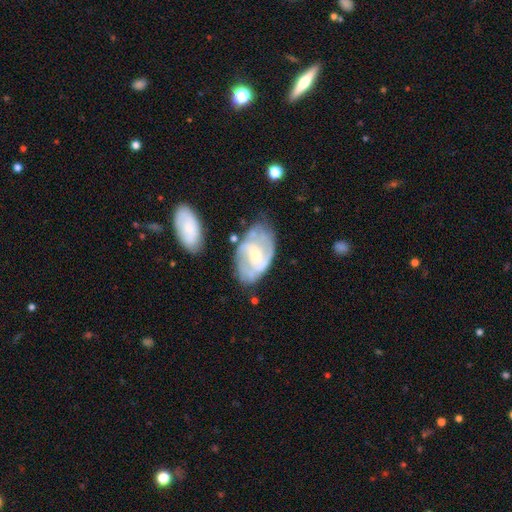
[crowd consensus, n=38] Smooth or featured? featured or disk (71%)
Edge-on disk? no (96%)
Bar? weak (50%)
Spiral arms? yes (85%)
Spiral winding? medium (45%)
Spiral arm count? 2 (91%)
Bulge size? moderate (54%)
Merging? none (57%)